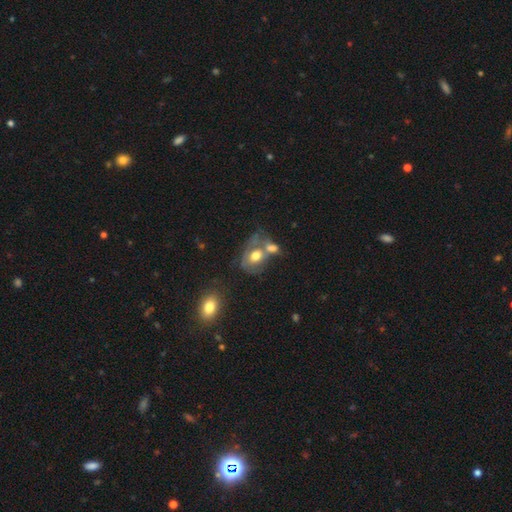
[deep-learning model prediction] smooth_or_featured: smooth (p=0.53) [alt: featured or disk p=0.38]
how_rounded: in between (p=0.68) [alt: round p=0.30]
merging: merger (p=0.53) [alt: none p=0.22]